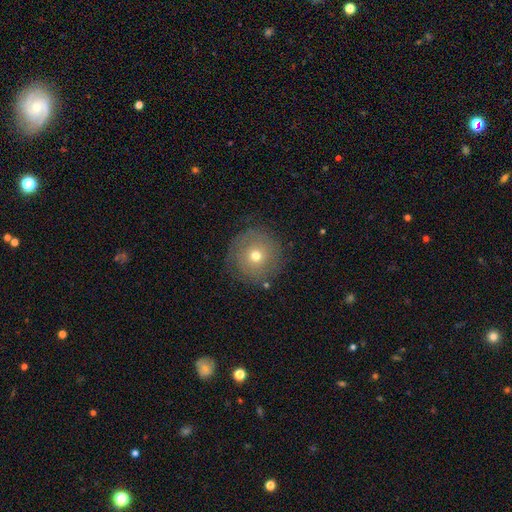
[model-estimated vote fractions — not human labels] smooth-or-featured: smooth: 58% | featured or disk: 30% | star or artifact: 12%
  how-rounded: round: 95% | in between: 4% | cigar-shaped: 1%
  merging: none: 81% | minor disturbance: 12% | major disturbance: 5% | merger: 1%